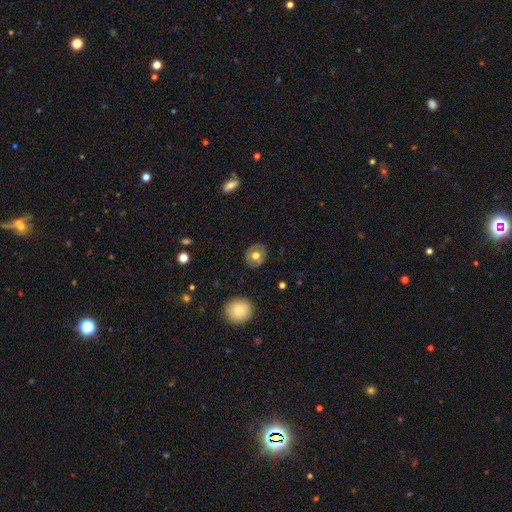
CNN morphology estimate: Smooth or featured: smooth — 63% (featured or disk — 29%)
How rounded: round — 79% (in between — 20%)
Merging: none — 85% (minor disturbance — 10%)